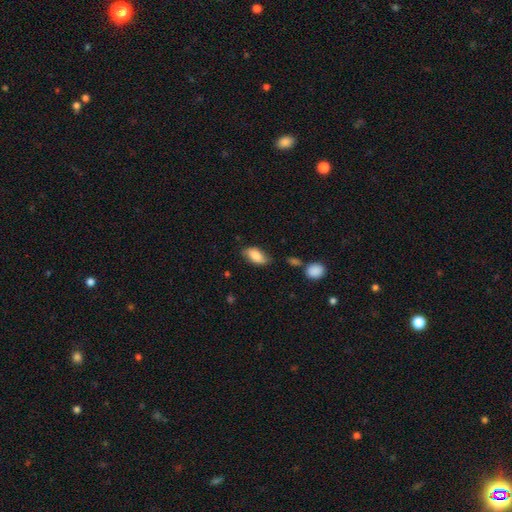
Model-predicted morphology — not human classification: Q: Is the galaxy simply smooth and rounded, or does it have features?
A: smooth — 81%.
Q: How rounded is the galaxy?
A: in between — 91%.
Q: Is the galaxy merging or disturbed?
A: none — 74%.